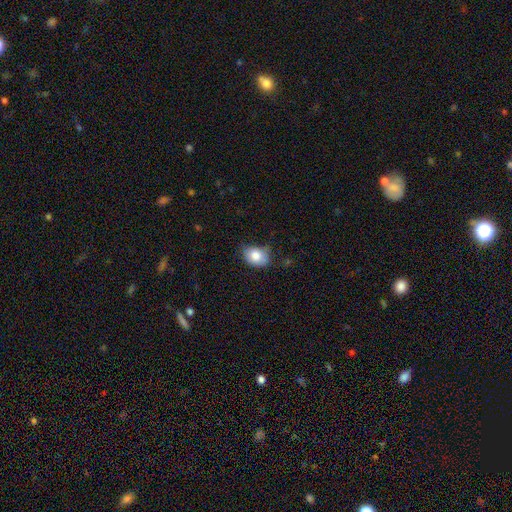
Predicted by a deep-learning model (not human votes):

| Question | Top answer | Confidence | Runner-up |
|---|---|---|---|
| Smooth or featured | smooth | 82% | featured or disk (9%) |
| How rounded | in between | 65% | round (34%) |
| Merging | none | 59% | minor disturbance (33%) |